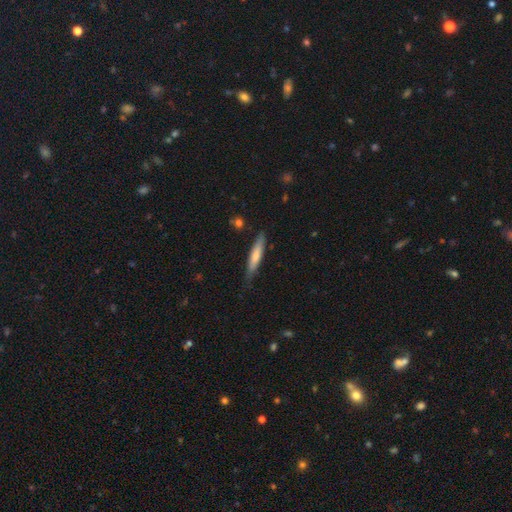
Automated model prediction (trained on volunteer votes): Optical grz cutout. It shows a smooth galaxy with no disk features (67%) that is cigar-shaped (87%). Merging: none (79%).